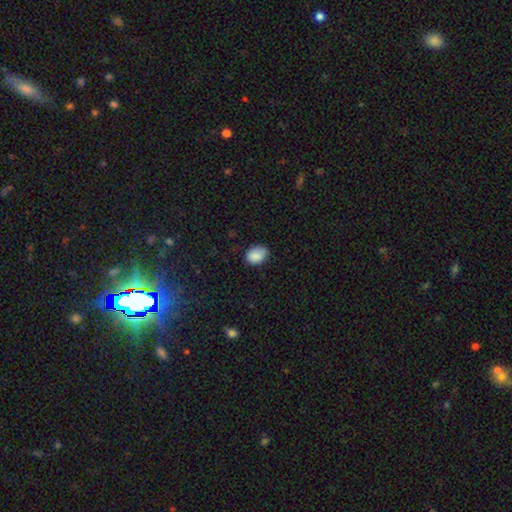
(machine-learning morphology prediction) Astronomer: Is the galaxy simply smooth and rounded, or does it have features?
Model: smooth — 87%.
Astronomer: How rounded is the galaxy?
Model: in between — 73%.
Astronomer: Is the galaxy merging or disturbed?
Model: none — 68%.